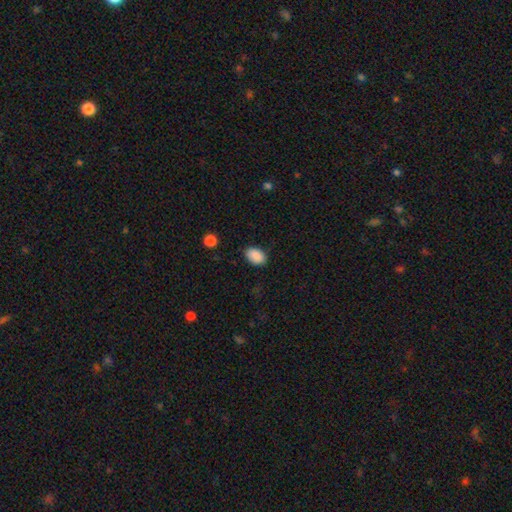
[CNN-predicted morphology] Q: Smooth or featured?
A: smooth (89%); runner-up: star or artifact (8%)
Q: How rounded?
A: in between (86%); runner-up: round (13%)
Q: Merging?
A: none (83%); runner-up: minor disturbance (13%)